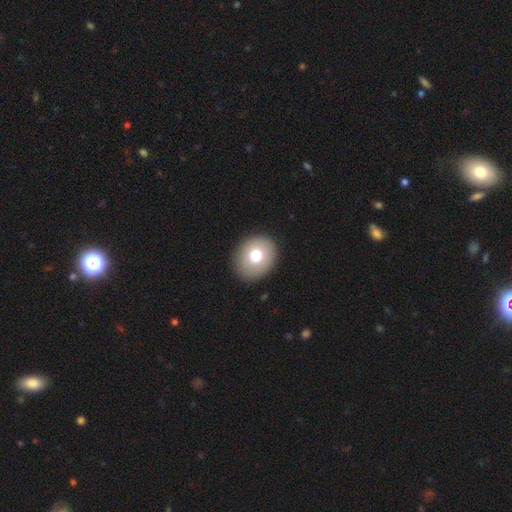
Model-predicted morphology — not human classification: This is likely a smooth galaxy (74%). How rounded: possibly round (57%). Merging: clearly none (89%).